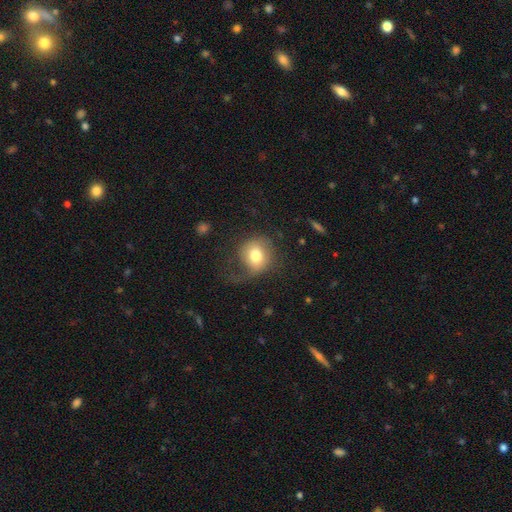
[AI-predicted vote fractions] Morphology: type=smooth (71%); roundness=round (78%); merging=none (46%).